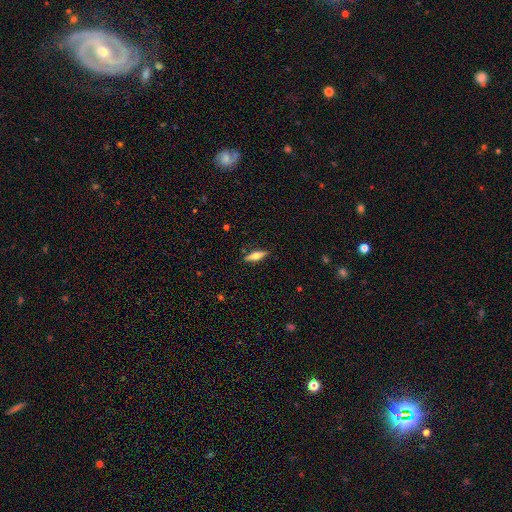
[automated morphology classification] This is possibly a featured or disk galaxy (49%). Merging: clearly none (88%).